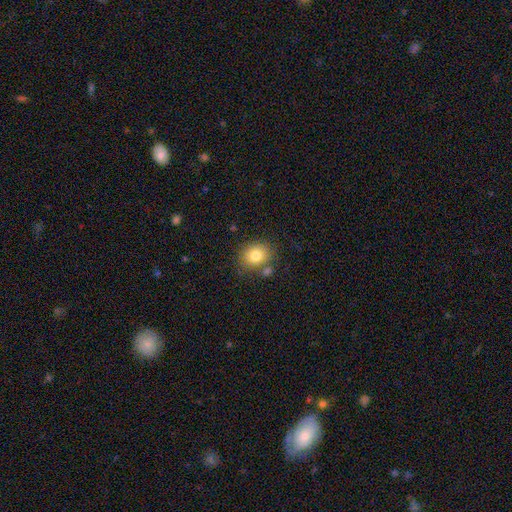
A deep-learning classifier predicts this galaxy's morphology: Smooth or featured: smooth — 79% (featured or disk — 10%)
How rounded: round — 56% (in between — 43%)
Merging: none — 72% (minor disturbance — 13%)